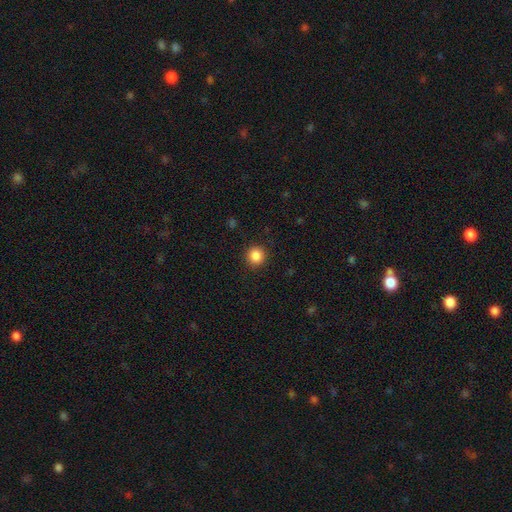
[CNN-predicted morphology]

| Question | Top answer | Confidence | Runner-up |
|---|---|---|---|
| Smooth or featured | smooth | 87% | star or artifact (10%) |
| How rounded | round | 94% | in between (6%) |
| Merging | none | 91% | minor disturbance (6%) |